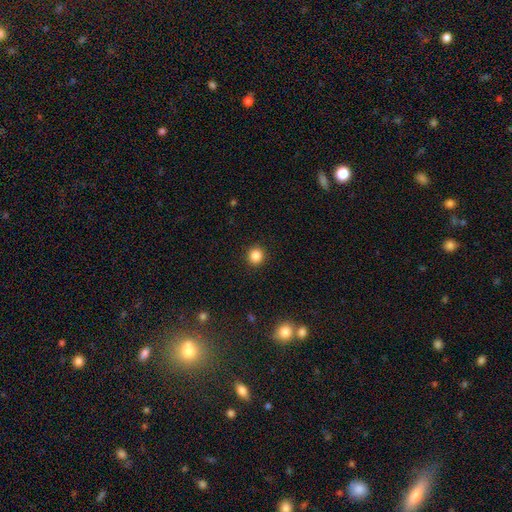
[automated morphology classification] Smooth or featured? smooth (86%)
How rounded? round (91%)
Merging? none (92%)